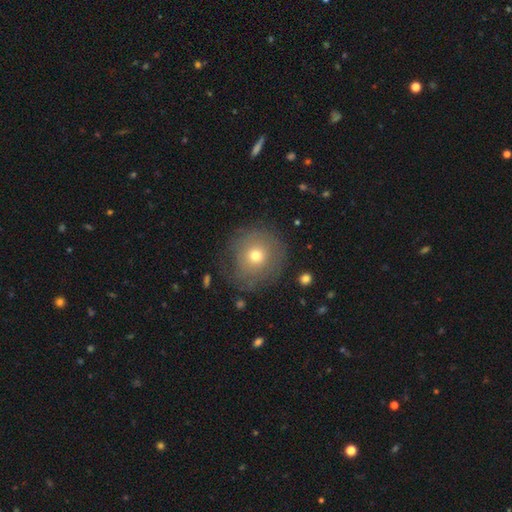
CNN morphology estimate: Smooth or featured?
  - smooth: 61% *
  - featured or disk: 28%
  - star or artifact: 11%
How rounded?
  - round: 91% *
  - in between: 8%
  - cigar-shaped: 1%
Merging?
  - none: 74% *
  - minor disturbance: 16%
  - major disturbance: 9%
  - merger: 1%